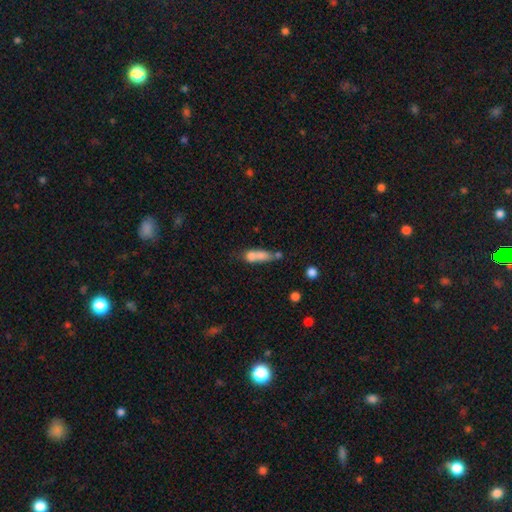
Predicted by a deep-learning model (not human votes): The model was most divided on "how rounded": in between: 50%, cigar-shaped: 39%, round: 11%. Remaining: smooth or featured — smooth (66%); merging — merger (45%).